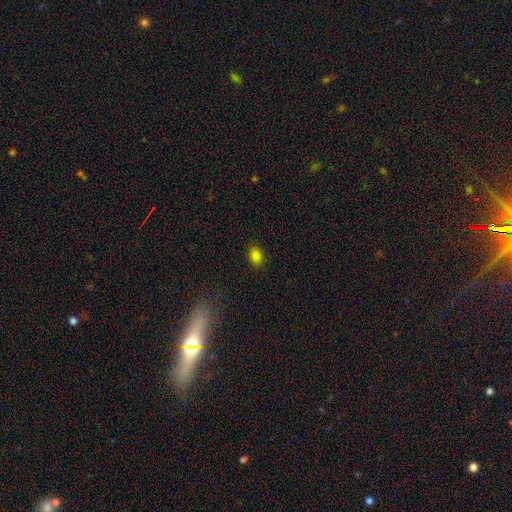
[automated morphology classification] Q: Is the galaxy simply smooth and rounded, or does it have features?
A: smooth — 83%.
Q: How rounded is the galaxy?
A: in between — 77%.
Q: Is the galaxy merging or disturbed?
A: none — 87%.